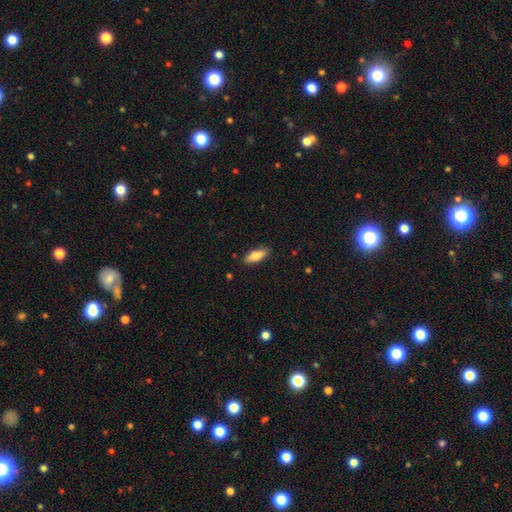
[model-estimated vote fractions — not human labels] Smooth or featured: smooth — 81% (featured or disk — 13%)
How rounded: in between — 75% (cigar-shaped — 23%)
Merging: none — 86% (minor disturbance — 10%)